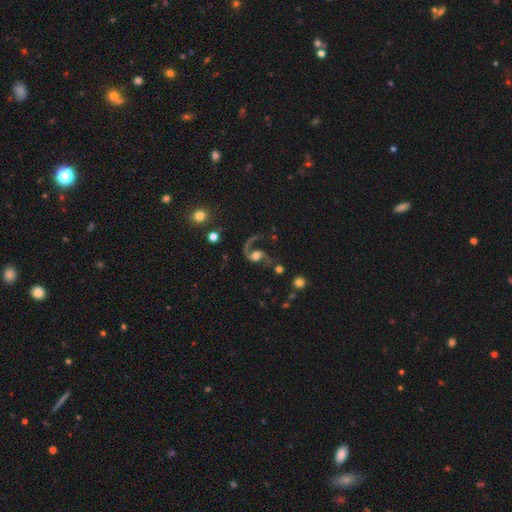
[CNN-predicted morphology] Smooth or featured? Predicted: featured or disk (p=0.87). Edge-on disk? Predicted: no (p=0.98). Bar? Predicted: no (p=0.63). Spiral arms? Predicted: yes (p=0.96). Spiral winding? Predicted: loose (p=0.60). Spiral arm count? Predicted: 2 (p=0.81). Bulge size? Predicted: moderate (p=0.58). Merging? Predicted: none (p=0.57).